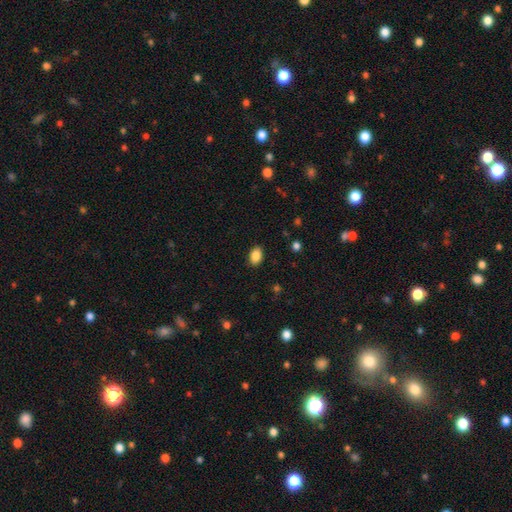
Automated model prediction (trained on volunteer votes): smooth 87%, star or artifact 8%, featured or disk 4%. Down the decision tree: how rounded — in between (85%); merging — none (88%).